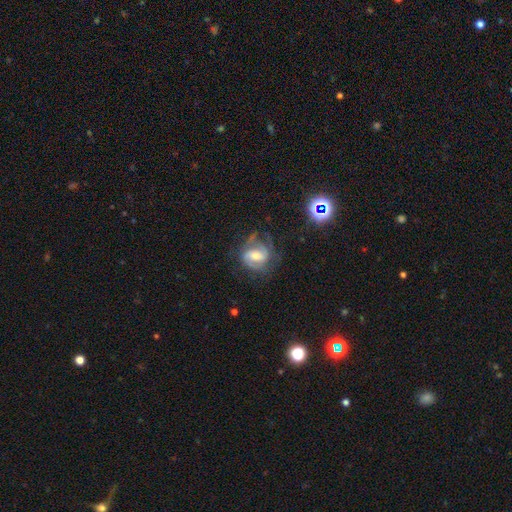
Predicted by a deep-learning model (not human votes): Smooth or featured: featured or disk — 72% (smooth — 18%)
Edge-on disk: no — 97% (yes — 3%)
Bar: weak — 47% (strong — 29%)
Spiral arms: yes — 89% (no — 11%)
Spiral winding: medium — 43% (tied with tight — 43%)
Spiral arm count: 2 — 56% (can't tell — 22%)
Bulge size: moderate — 51% (small — 26%)
Merging: none — 57% (minor disturbance — 22%)